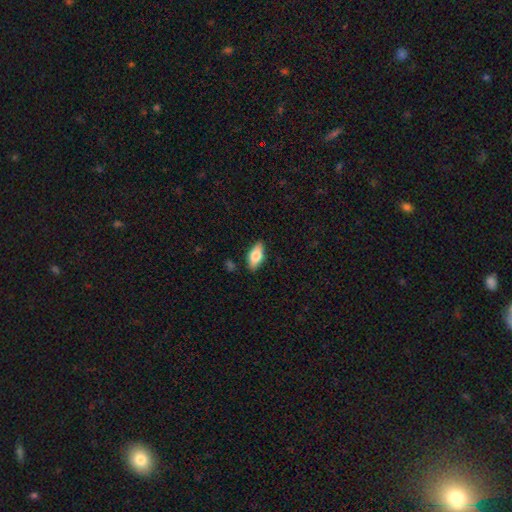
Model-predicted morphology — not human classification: This is likely a smooth galaxy (71%). How rounded: clearly in between (85%). Merging: clearly none (85%).